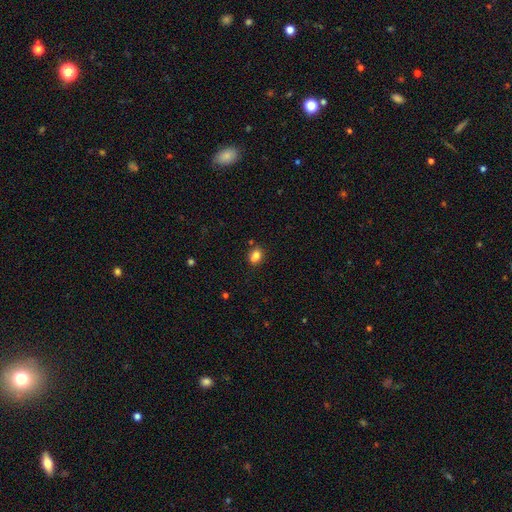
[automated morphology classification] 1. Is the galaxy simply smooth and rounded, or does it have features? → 77% smooth, 11% star or artifact, 11% featured or disk.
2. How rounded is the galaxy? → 50% in between, 49% round, 1% cigar-shaped.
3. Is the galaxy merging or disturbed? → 60% none, 20% merger, 16% minor disturbance, 4% major disturbance.